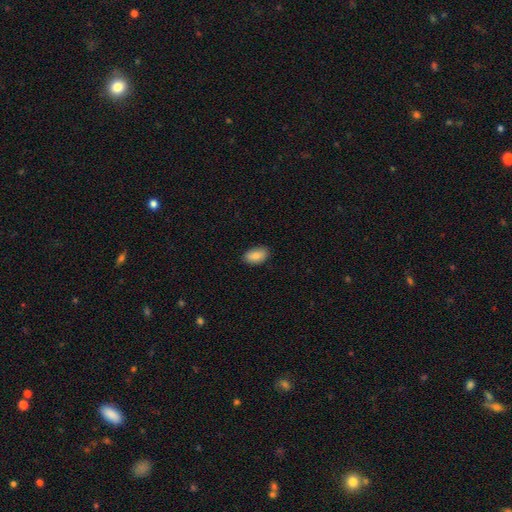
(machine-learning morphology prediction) type=smooth (86%); roundness=in between (92%); merging=none (87%).